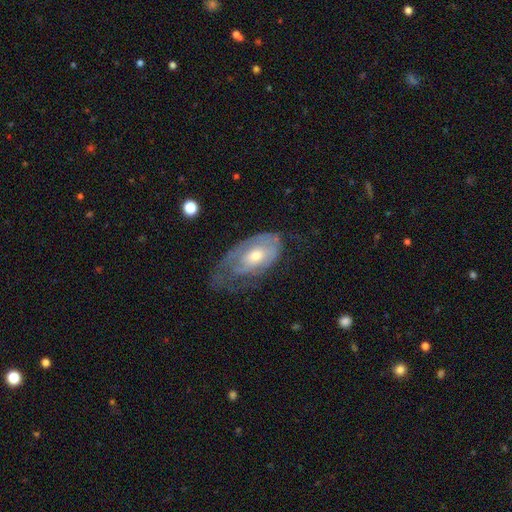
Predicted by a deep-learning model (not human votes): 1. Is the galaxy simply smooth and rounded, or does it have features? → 66% featured or disk, 28% smooth, 6% star or artifact.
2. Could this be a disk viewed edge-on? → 92% no, 8% yes.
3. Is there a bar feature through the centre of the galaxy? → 75% no, 21% weak, 4% strong.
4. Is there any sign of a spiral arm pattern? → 68% yes, 32% no.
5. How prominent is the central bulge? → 53% moderate, 42% small, 4% large, 1% none, 1% dominant.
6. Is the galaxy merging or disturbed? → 36% none, 33% major disturbance, 29% minor disturbance, 2% merger.